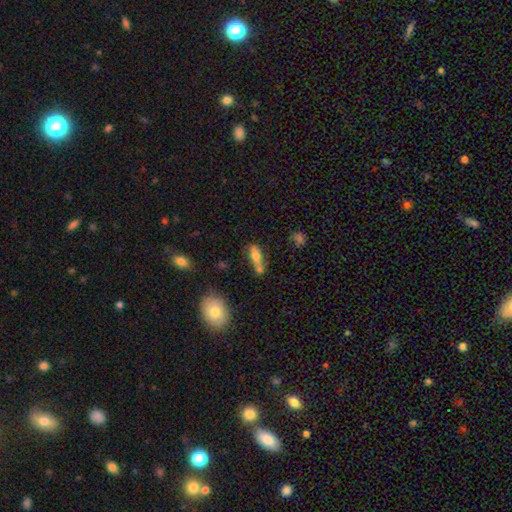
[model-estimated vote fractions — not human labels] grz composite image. It shows a smooth galaxy with no disk features (68%) that is in between round and cigar-shaped (61%). Merging: none (40%).